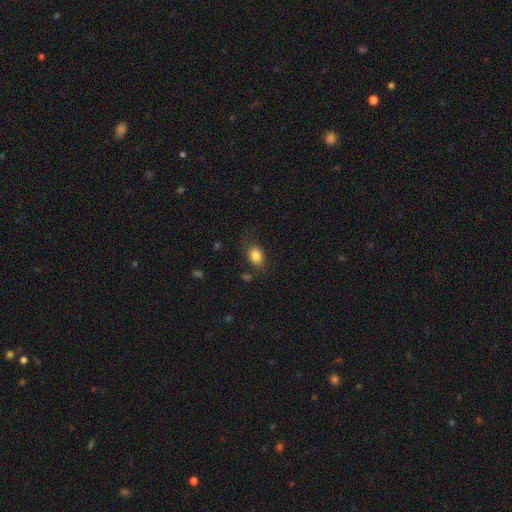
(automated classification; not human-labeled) This is clearly a smooth galaxy (84%). How rounded: likely in between (70%). Merging: likely none (78%).